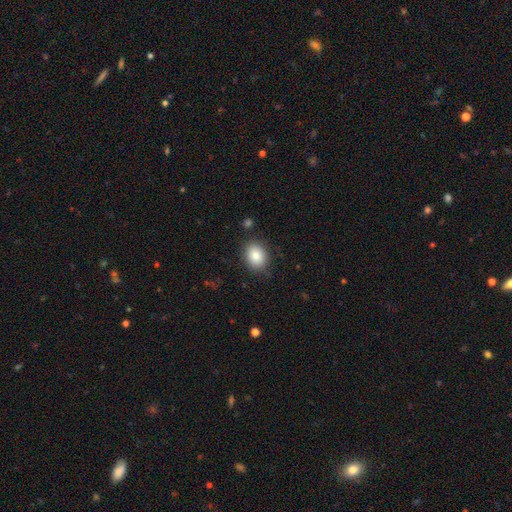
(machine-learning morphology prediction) Q: Smooth or featured?
A: smooth (86%); runner-up: star or artifact (8%)
Q: How rounded?
A: in between (62%); runner-up: round (37%)
Q: Merging?
A: none (84%); runner-up: minor disturbance (11%)